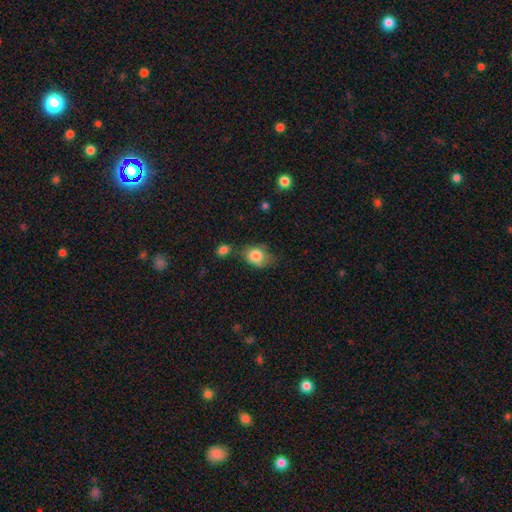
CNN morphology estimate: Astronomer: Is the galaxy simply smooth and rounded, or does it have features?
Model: smooth — 81%.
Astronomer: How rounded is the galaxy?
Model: in between — 60% (runner-up: round, 39%).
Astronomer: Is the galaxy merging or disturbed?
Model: none — 47% (runner-up: minor disturbance, 32%).